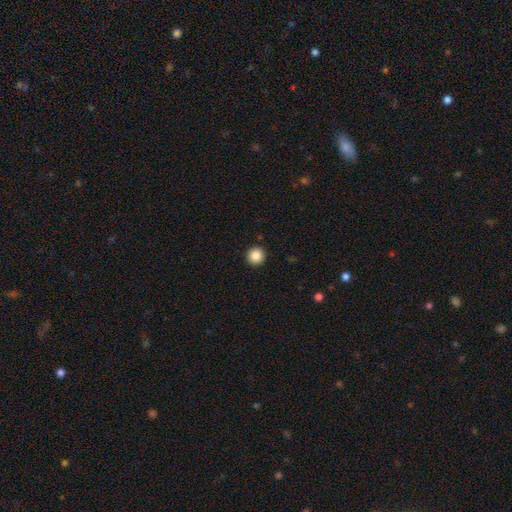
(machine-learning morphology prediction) smooth 87%, star or artifact 10%, featured or disk 4%. Down the decision tree: how rounded — round (96%); merging — none (93%).